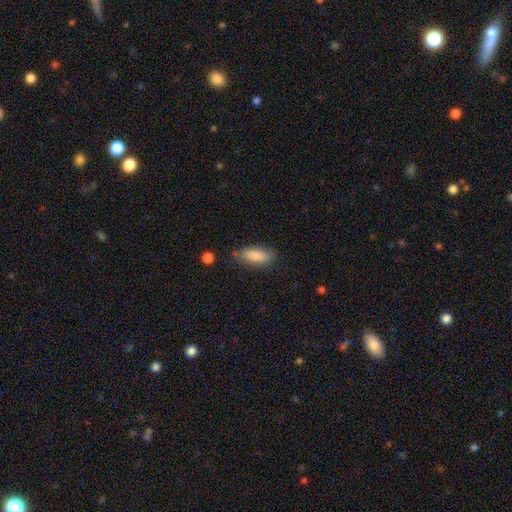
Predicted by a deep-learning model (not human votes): Smooth or featured: smooth — 86% (featured or disk — 8%)
How rounded: in between — 76% (cigar-shaped — 22%)
Merging: none — 74% (minor disturbance — 19%)